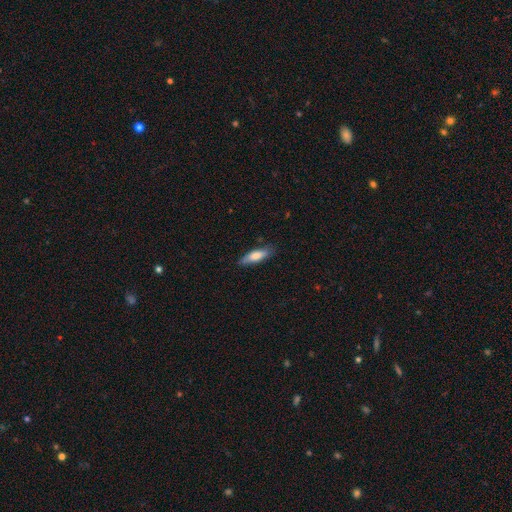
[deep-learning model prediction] Smooth or featured?
  - smooth: 74% *
  - featured or disk: 20%
  - star or artifact: 6%
How rounded?
  - cigar-shaped: 54% *
  - in between: 44%
  - round: 2%
Merging?
  - none: 82% *
  - minor disturbance: 14%
  - major disturbance: 3%
  - merger: 1%